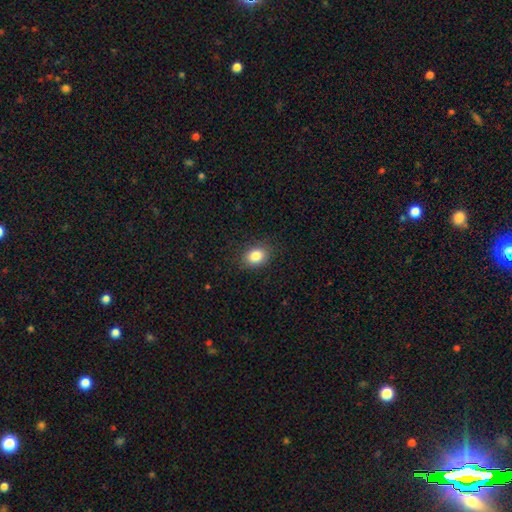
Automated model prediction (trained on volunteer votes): This is clearly a smooth galaxy (85%). How rounded: likely in between (65%). Merging: clearly none (86%).